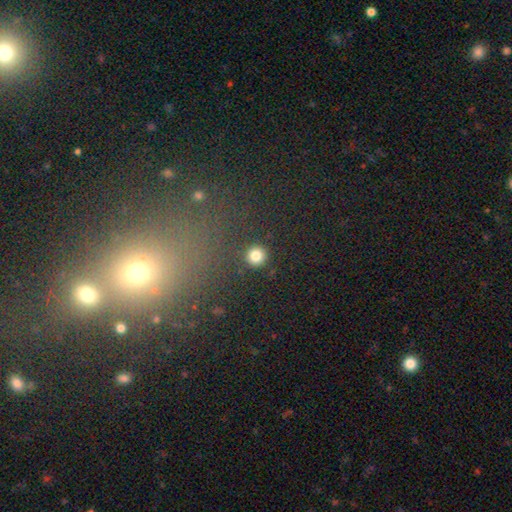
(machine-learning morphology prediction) smooth_or_featured: smooth (p=0.82) [alt: star or artifact p=0.13]
how_rounded: round (p=0.94) [alt: in between p=0.05]
merging: none (p=0.90) [alt: minor disturbance p=0.05]